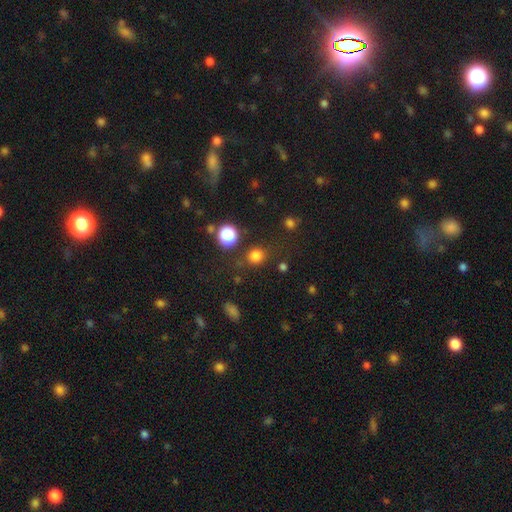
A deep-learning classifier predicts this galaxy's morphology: smooth 78%, star or artifact 17%, featured or disk 5%. Down the decision tree: how rounded — round (83%); merging — none (80%).